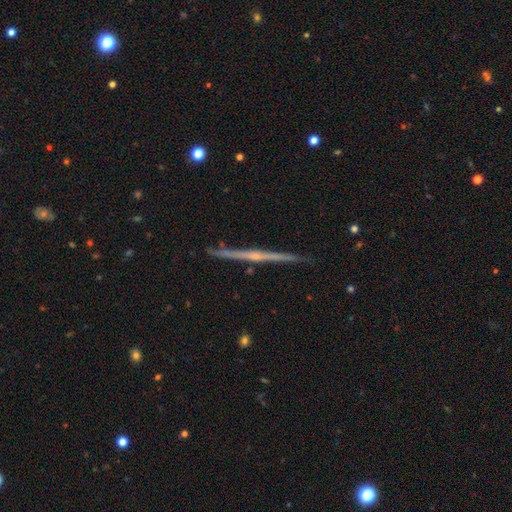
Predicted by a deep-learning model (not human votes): featured or disk 80%, smooth 14%, star or artifact 6%. Down the decision tree: edge-on disk — yes (98%); edge-on bulge — rounded (50%); merging — none (91%).